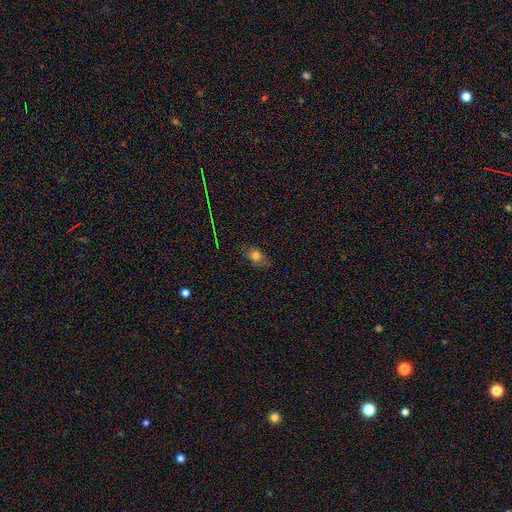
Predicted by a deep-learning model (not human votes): Smooth or featured: smooth — 71% (star or artifact — 15%)
How rounded: in between — 74% (round — 23%)
Merging: none — 75% (minor disturbance — 19%)